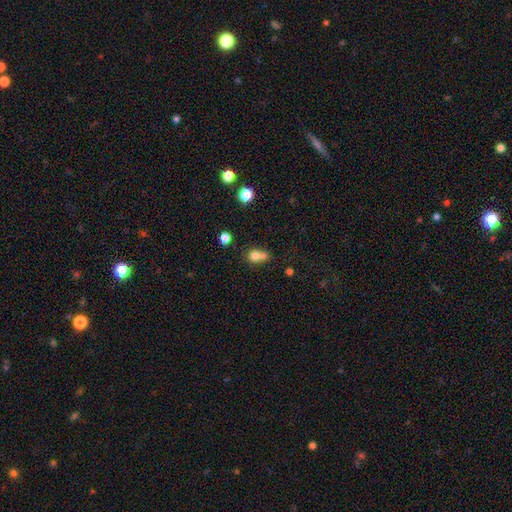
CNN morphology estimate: Smooth or featured? smooth (73%)
How rounded? round (68%)
Merging? merger (52%)